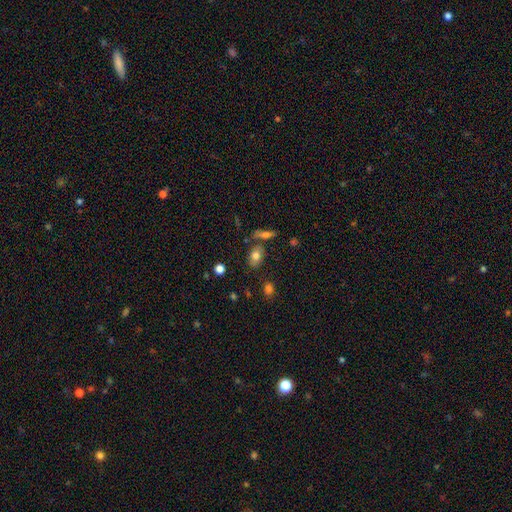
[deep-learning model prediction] Morphology: type=smooth (76%); roundness=in between (77%); merging=none (69%).